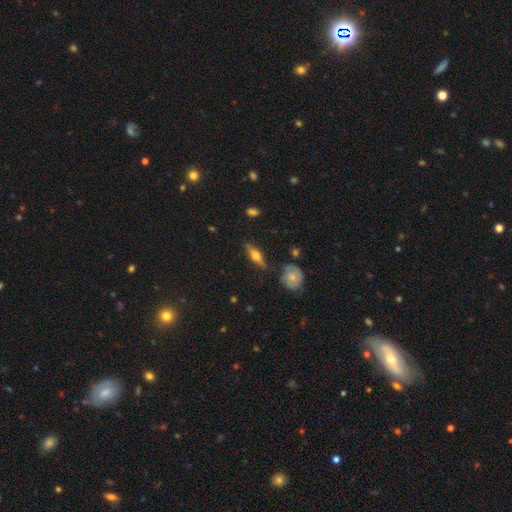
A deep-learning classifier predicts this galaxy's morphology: Smooth or featured? Predicted: featured or disk (p=0.64). Edge-on disk? Predicted: yes (p=0.94). Edge-on bulge? Predicted: rounded (p=0.94). Merging? Predicted: none (p=0.83).